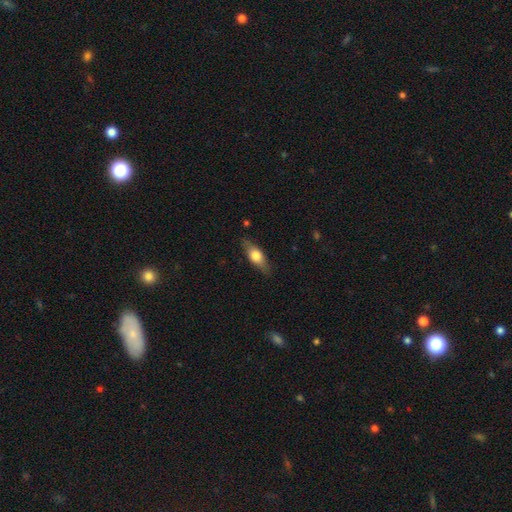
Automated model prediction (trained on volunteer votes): This is possibly a smooth galaxy (59%). How rounded: likely in between (64%). Merging: clearly none (82%).